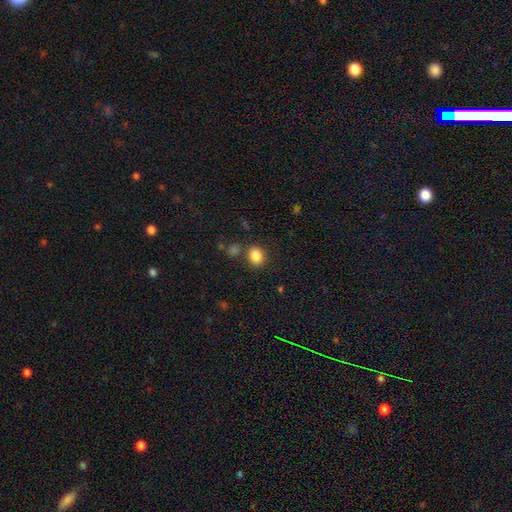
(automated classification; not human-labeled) Smooth or featured: smooth — 85% (star or artifact — 10%)
How rounded: round — 52% (in between — 47%)
Merging: none — 79% (minor disturbance — 10%)